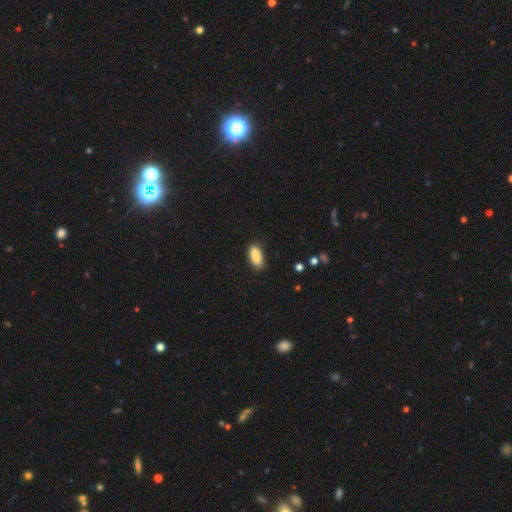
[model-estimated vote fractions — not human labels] smooth-or-featured: smooth: 89% | star or artifact: 7% | featured or disk: 4%
  how-rounded: in between: 87% | cigar-shaped: 11% | round: 2%
  merging: none: 86% | minor disturbance: 11% | major disturbance: 2% | merger: 1%